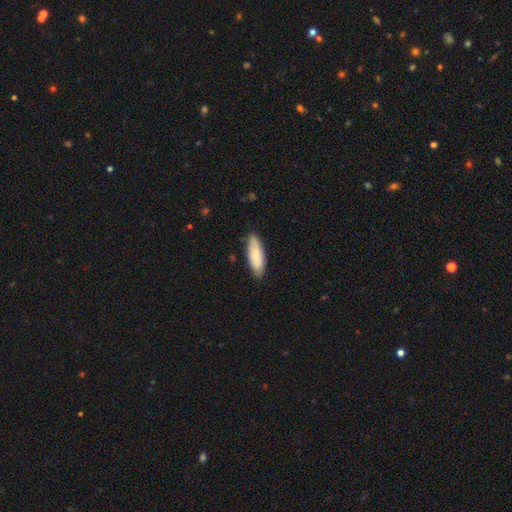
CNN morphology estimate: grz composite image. It shows a smooth galaxy with no disk features (84%) that is in between round and cigar-shaped (62%). Merging: none (82%).